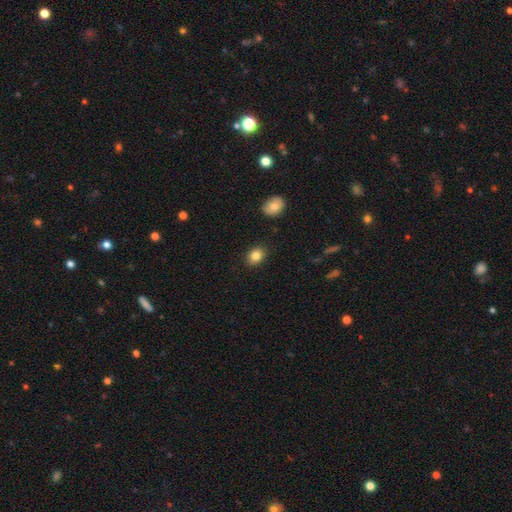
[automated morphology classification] The model was most divided on "how rounded": in between: 56%, round: 43%, cigar-shaped: 1%. More confident: merging — none (88%); smooth or featured — smooth (84%).